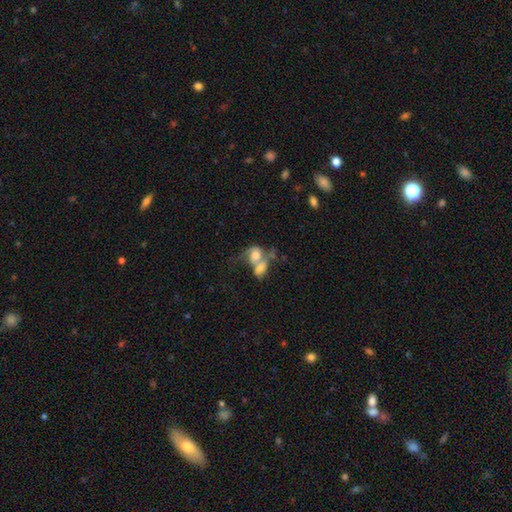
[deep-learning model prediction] smooth 47%, featured or disk 43%, star or artifact 10%. Down the decision tree: merging — merger (73%).